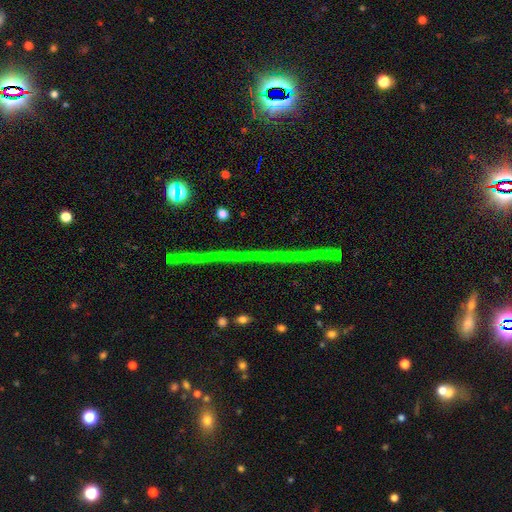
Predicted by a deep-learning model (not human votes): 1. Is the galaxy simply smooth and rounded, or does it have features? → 72% star or artifact, 17% featured or disk, 11% smooth.